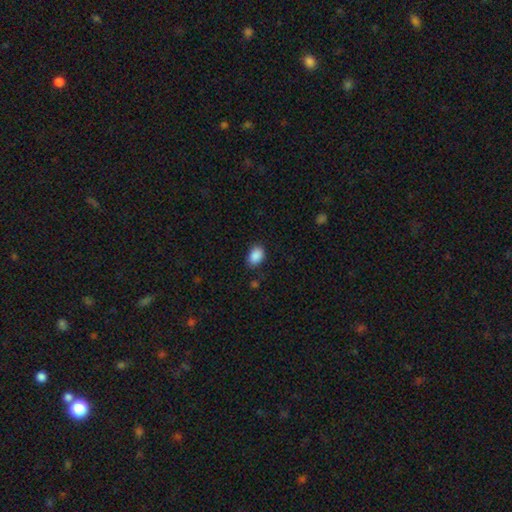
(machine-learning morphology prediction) The model was most divided on "merging": none: 79%, minor disturbance: 16%, major disturbance: 3%, merger: 2%. More confident: smooth or featured — smooth (88%); how rounded — in between (82%).